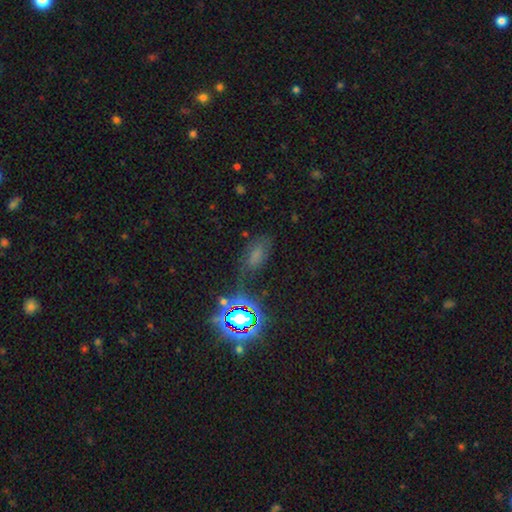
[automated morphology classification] This is possibly a smooth galaxy (52%). How rounded: clearly in between (82%). Merging: likely none (62%).